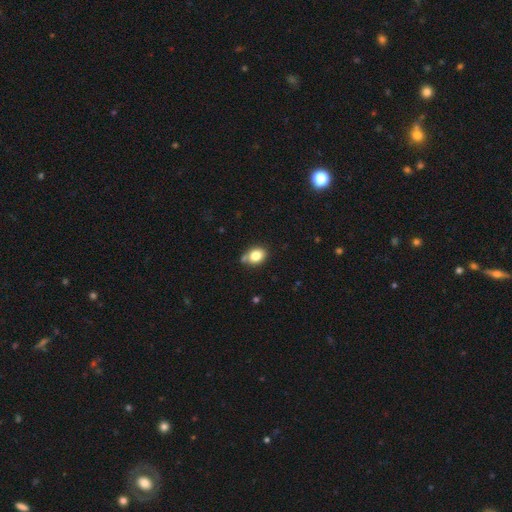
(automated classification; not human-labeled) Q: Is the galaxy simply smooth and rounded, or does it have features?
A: smooth — 81%.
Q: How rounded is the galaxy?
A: in between — 56%.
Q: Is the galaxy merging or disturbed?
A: none — 67%.